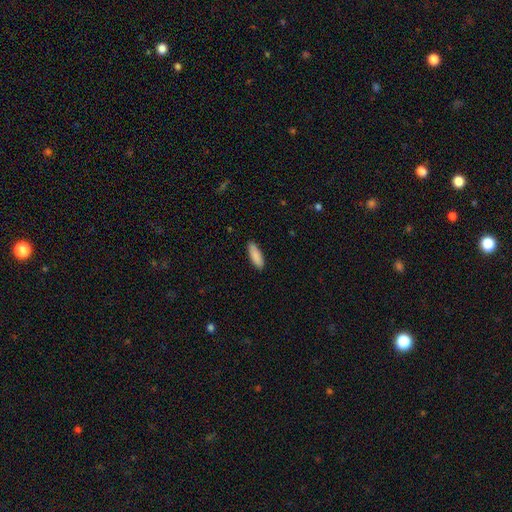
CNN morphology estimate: Smooth or featured? smooth (89%)
How rounded? in between (63%)
Merging? none (89%)